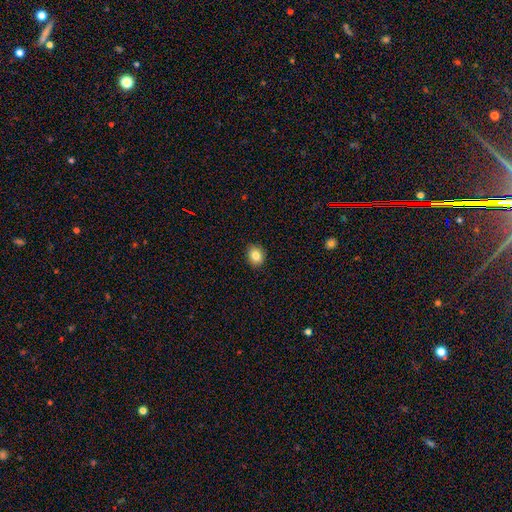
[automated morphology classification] Smooth or featured? Predicted: smooth (p=0.84). How rounded? Predicted: round (p=0.55). Merging? Predicted: none (p=0.90).